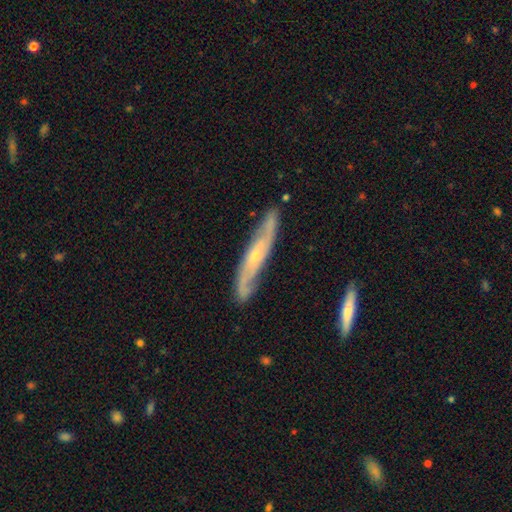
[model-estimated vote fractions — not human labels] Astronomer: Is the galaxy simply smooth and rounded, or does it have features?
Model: featured or disk — 80%.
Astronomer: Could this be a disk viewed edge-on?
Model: no — 64%.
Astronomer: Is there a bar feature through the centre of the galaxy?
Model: no — 66%.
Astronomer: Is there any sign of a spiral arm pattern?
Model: yes — 93%.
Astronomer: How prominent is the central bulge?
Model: small — 71%.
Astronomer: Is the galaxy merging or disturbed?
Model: none — 79%.